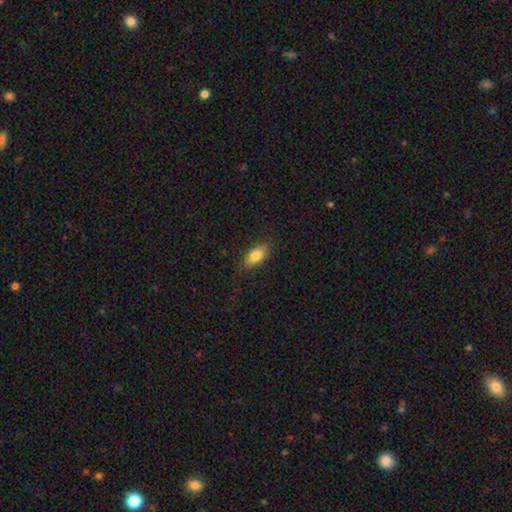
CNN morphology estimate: A smooth galaxy with no disk features (81%) that is in between round and cigar-shaped (86%). Merging: none (83%).